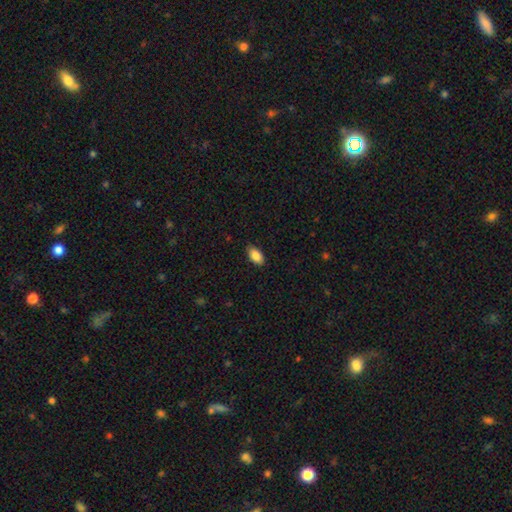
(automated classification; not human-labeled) The model was most divided on "merging": none: 85%, minor disturbance: 12%, major disturbance: 2%, merger: 1%. More confident: how rounded — in between (93%); smooth or featured — smooth (88%).